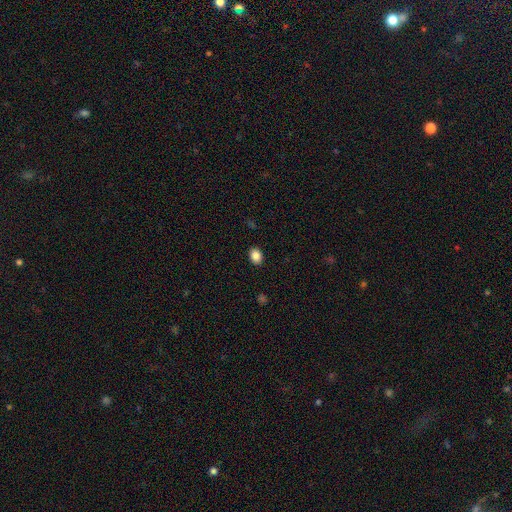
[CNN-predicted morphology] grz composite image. It shows a smooth galaxy with no disk features (87%) that is in between round and cigar-shaped (67%). Merging: none (90%).